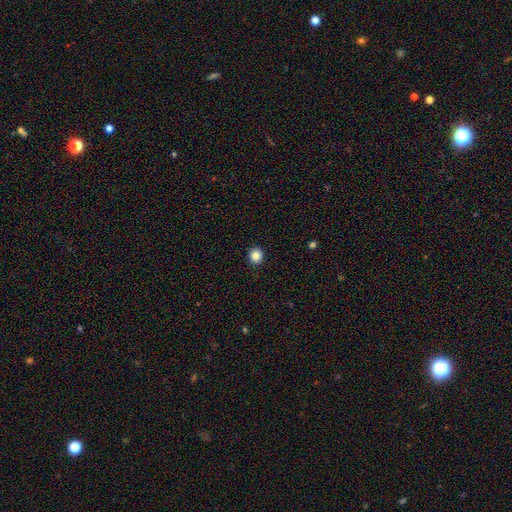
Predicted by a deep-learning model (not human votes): This is clearly a smooth galaxy (85%). How rounded: clearly round (87%). Merging: clearly none (92%).